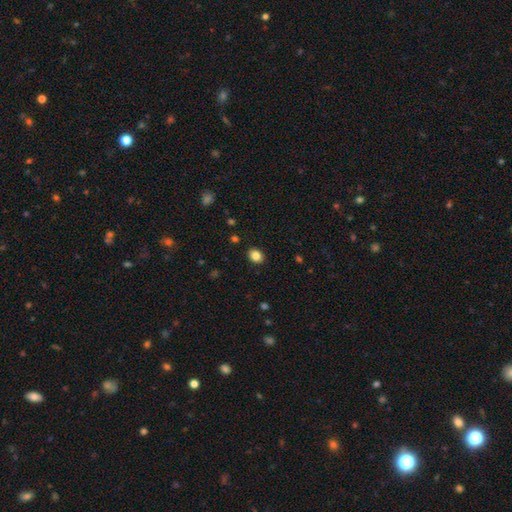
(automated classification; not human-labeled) smooth 85%, star or artifact 10%, featured or disk 5%. Down the decision tree: how rounded — in between (56%); merging — none (89%).